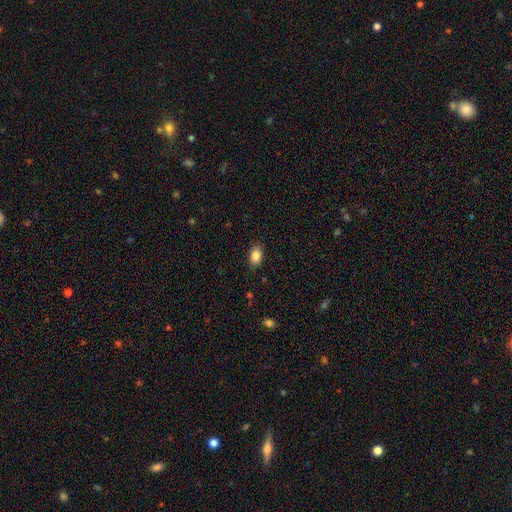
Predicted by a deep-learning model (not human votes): smooth-or-featured: smooth: 86% | star or artifact: 8% | featured or disk: 6%
  how-rounded: in between: 88% | round: 10% | cigar-shaped: 2%
  merging: none: 86% | minor disturbance: 10% | major disturbance: 2% | merger: 1%